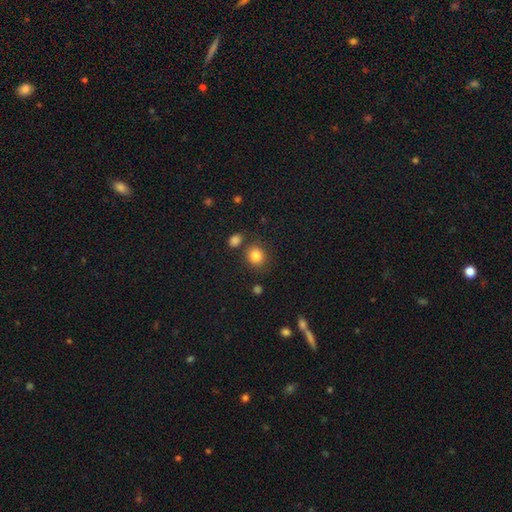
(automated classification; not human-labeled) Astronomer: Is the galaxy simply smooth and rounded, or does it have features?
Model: smooth — 84%.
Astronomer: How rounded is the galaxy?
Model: round — 78%.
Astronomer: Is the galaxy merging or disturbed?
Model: none — 78%.